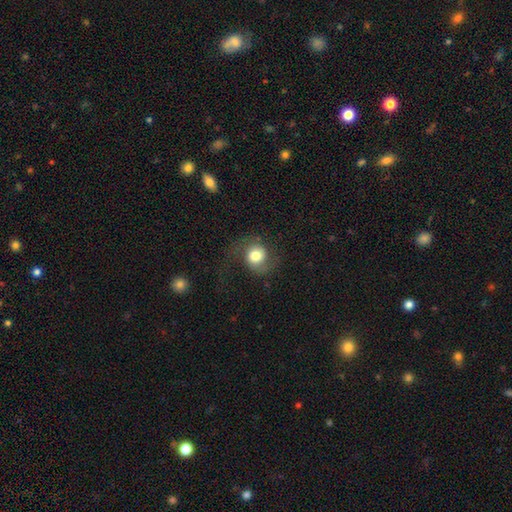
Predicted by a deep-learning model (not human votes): The model was most divided on "smooth or featured": smooth: 54%, featured or disk: 37%, star or artifact: 9%. More confident: how rounded — round (76%); merging — none (51%).